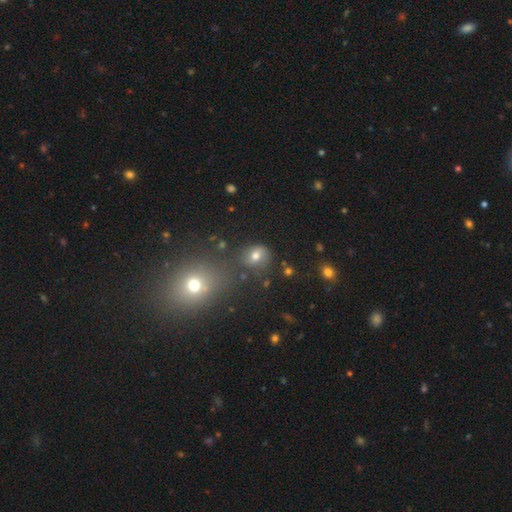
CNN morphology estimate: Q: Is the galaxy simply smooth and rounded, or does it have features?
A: smooth — 68%.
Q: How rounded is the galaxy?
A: round — 64%.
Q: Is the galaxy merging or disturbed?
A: none — 67%.